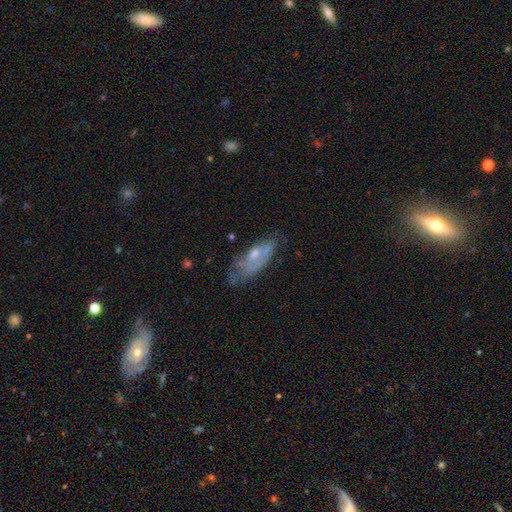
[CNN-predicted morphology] Q: Smooth or featured?
A: featured or disk (51%); runner-up: smooth (40%)
Q: Edge-on disk?
A: no (84%); runner-up: yes (16%)
Q: Merging?
A: none (43%); runner-up: minor disturbance (31%)